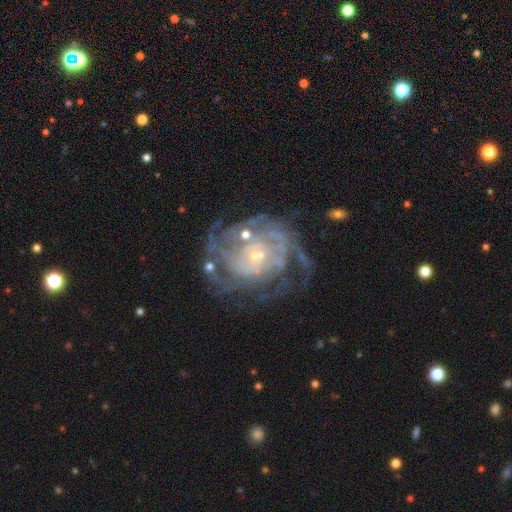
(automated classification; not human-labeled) Q: Smooth or featured?
A: featured or disk (87%); runner-up: star or artifact (7%)
Q: Edge-on disk?
A: no (98%); runner-up: yes (2%)
Q: Bar?
A: no (69%); runner-up: weak (25%)
Q: Spiral arms?
A: yes (94%); runner-up: no (6%)
Q: Spiral winding?
A: tight (65%); runner-up: medium (27%)
Q: Spiral arm count?
A: can't tell (34%); runner-up: 4 (18%)
Q: Bulge size?
A: small (74%); runner-up: moderate (19%)
Q: Merging?
A: none (59%); runner-up: minor disturbance (18%)